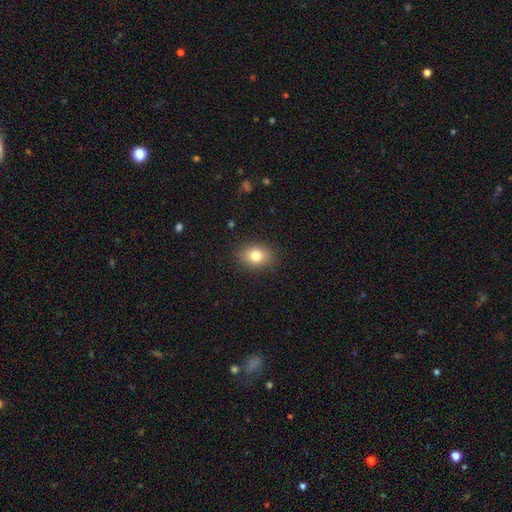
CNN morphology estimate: Smooth or featured? smooth (80%)
How rounded? in between (65%)
Merging? none (87%)